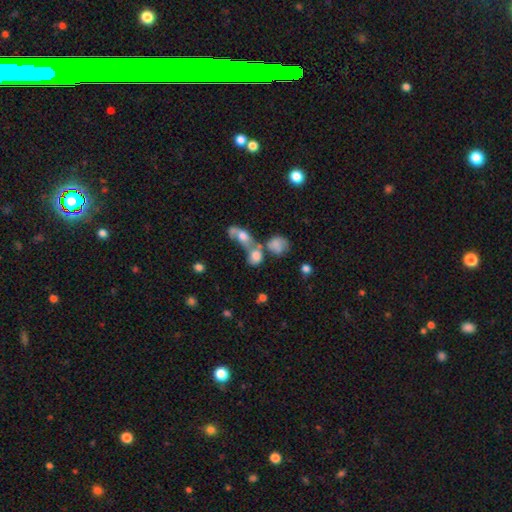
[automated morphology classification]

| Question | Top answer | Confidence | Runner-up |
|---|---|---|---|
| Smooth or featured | smooth | 71% | featured or disk (17%) |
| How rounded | in between | 51% | round (45%) |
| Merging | merger | 56% | none (26%) |